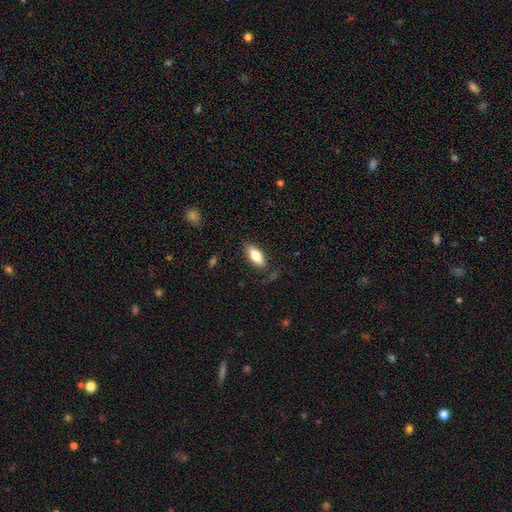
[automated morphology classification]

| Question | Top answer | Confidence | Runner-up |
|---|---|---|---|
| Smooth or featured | smooth | 80% | featured or disk (13%) |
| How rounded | in between | 86% | cigar-shaped (11%) |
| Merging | none | 81% | minor disturbance (13%) |